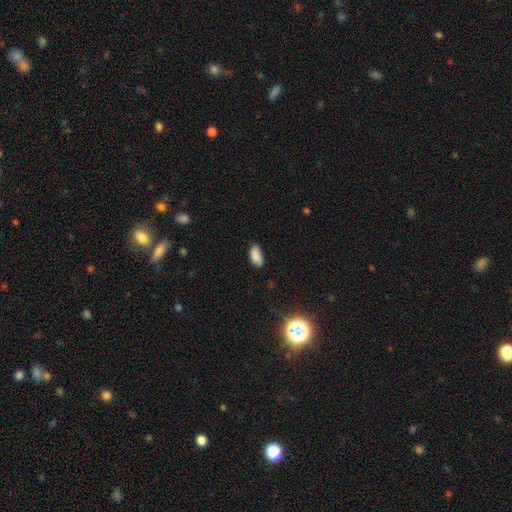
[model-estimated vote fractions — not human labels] The model was most divided on "merging": none: 81%, minor disturbance: 15%, major disturbance: 3%, merger: 1%. More confident: how rounded — in between (92%); smooth or featured — smooth (87%).